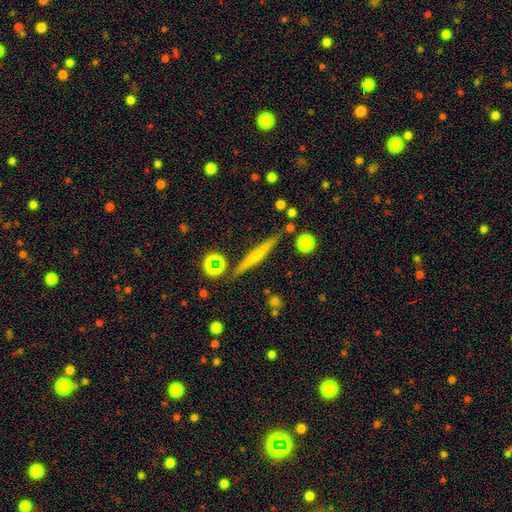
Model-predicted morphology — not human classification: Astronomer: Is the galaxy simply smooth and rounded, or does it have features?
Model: featured or disk — 46% (runner-up: smooth, 45%).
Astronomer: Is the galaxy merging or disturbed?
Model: none — 85%.